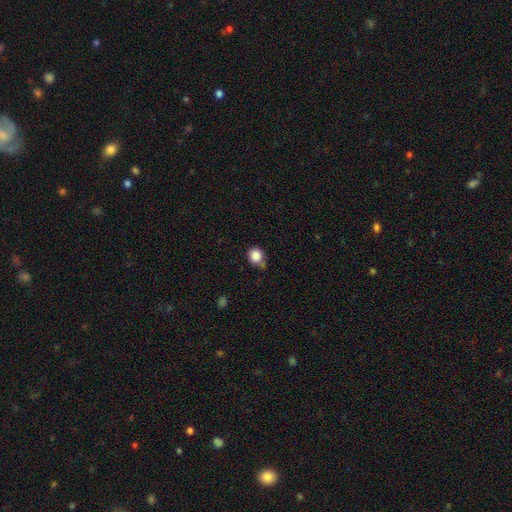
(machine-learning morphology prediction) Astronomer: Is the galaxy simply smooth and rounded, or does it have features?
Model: smooth — 86%.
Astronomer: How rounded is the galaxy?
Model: round — 81%.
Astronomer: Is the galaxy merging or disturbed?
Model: none — 60%.